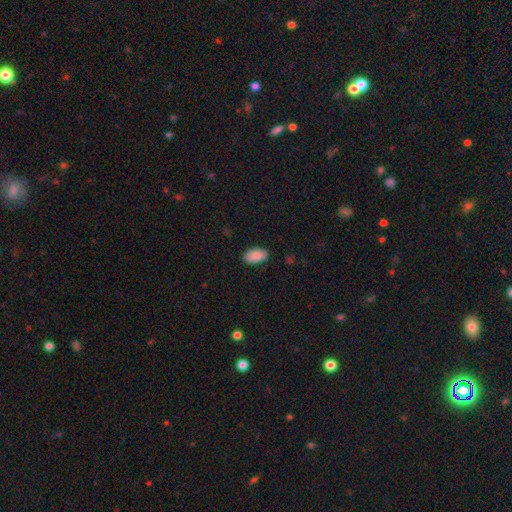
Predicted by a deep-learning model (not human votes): This appears to be a smooth galaxy with no disk features (89%) that is in between round and cigar-shaped (95%). Merging: none (87%).